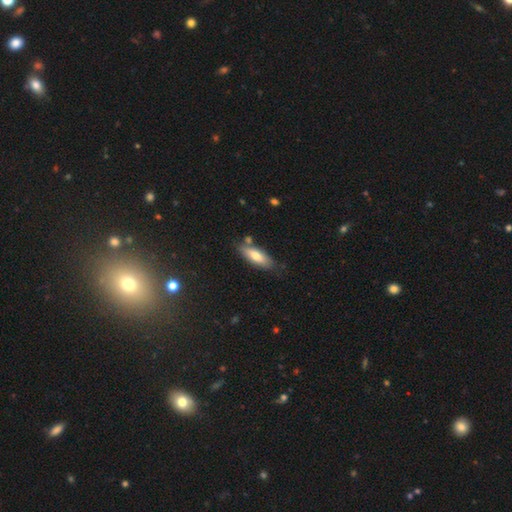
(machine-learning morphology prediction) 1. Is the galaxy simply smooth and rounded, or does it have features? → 72% smooth, 21% featured or disk, 6% star or artifact.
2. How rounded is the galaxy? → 60% in between, 38% cigar-shaped, 2% round.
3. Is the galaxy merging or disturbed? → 75% none, 16% minor disturbance, 6% merger, 3% major disturbance.